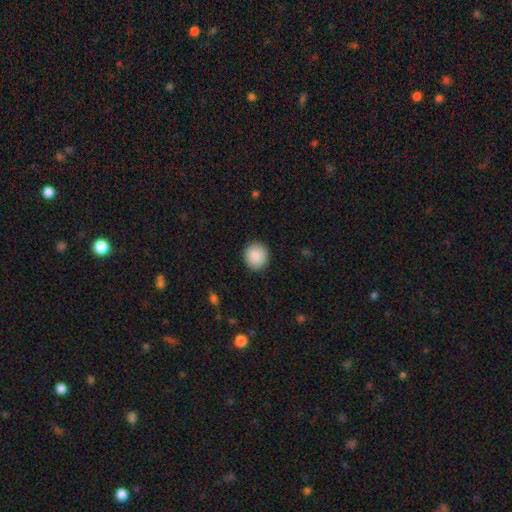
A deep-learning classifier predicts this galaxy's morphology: Smooth or featured: smooth — 90% (star or artifact — 7%)
How rounded: round — 87% (in between — 12%)
Merging: none — 91% (minor disturbance — 6%)